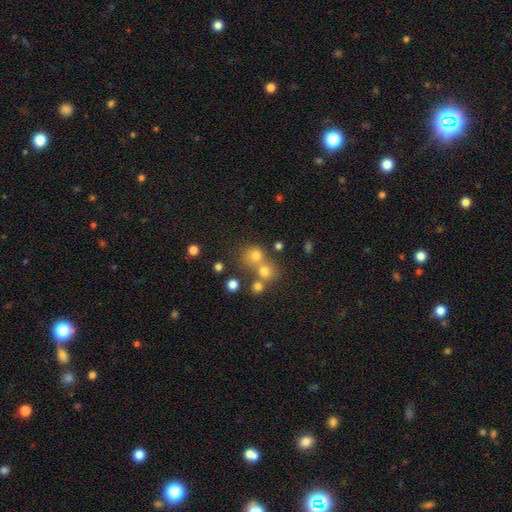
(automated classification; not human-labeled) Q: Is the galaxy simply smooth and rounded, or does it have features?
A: smooth — 70%.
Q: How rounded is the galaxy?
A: round — 83%.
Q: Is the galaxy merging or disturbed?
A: none — 49%.